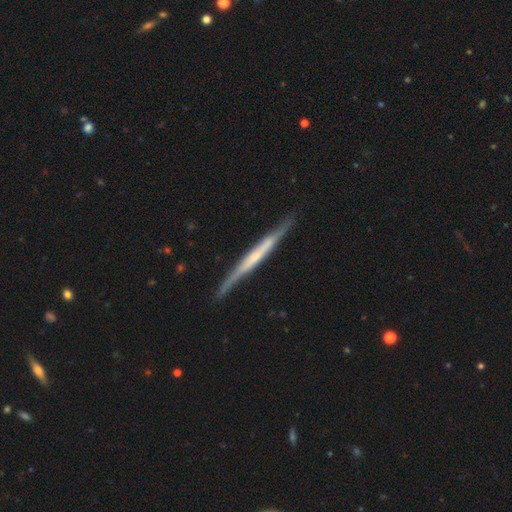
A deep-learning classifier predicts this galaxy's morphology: This appears to be a featured or disk galaxy (68%) viewed edge-on (96%) with no central bulge (62%). Merging: none (84%).